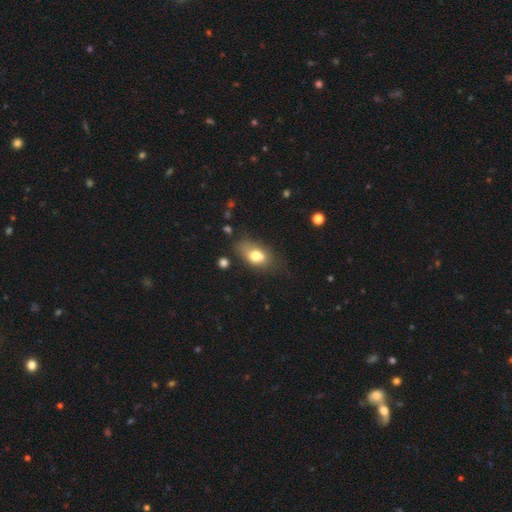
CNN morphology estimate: This appears to be a smooth galaxy with no disk features (72%) that is in between round and cigar-shaped (85%). Merging: none (48%).